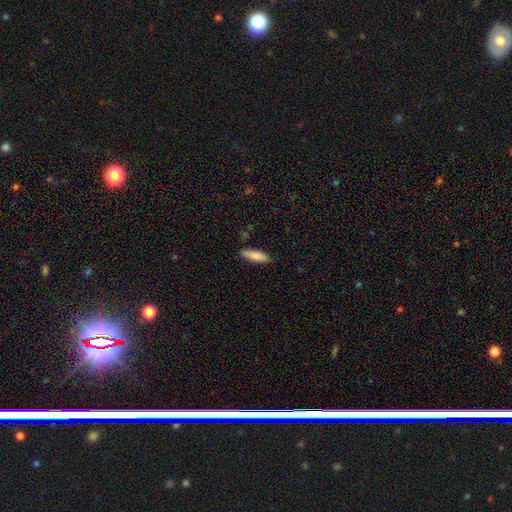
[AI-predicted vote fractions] Smooth or featured? Predicted: smooth (p=0.87). How rounded? Predicted: cigar-shaped (p=0.53). Merging? Predicted: none (p=0.84).